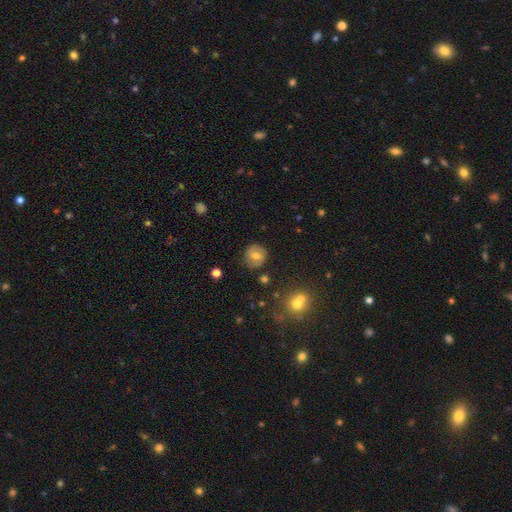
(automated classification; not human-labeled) This appears to be a smooth galaxy with no disk features (59%) that is round (81%). Merging: none (83%).